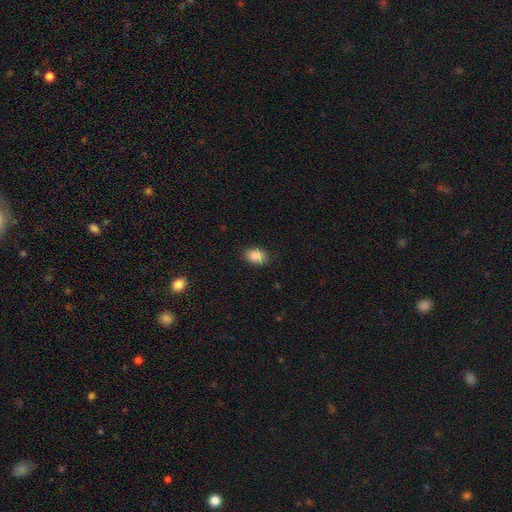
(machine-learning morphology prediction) A smooth galaxy with no disk features (88%) that is in between round and cigar-shaped (76%).

Vote fractions:
- Smooth or featured? smooth: 88% / star or artifact: 8% / featured or disk: 4%
- How rounded? in between: 76% / round: 23% / cigar-shaped: 1%
- Merging? none: 85% / minor disturbance: 11% / major disturbance: 3% / merger: 1%